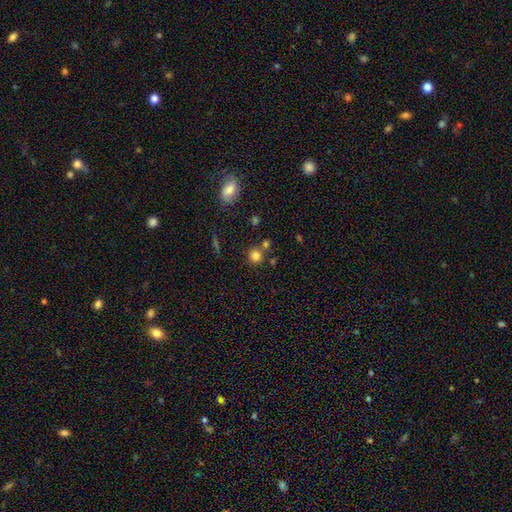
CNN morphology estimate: Smooth or featured: smooth — 80% (star or artifact — 14%)
How rounded: round — 91% (in between — 8%)
Merging: none — 72% (merger — 17%)